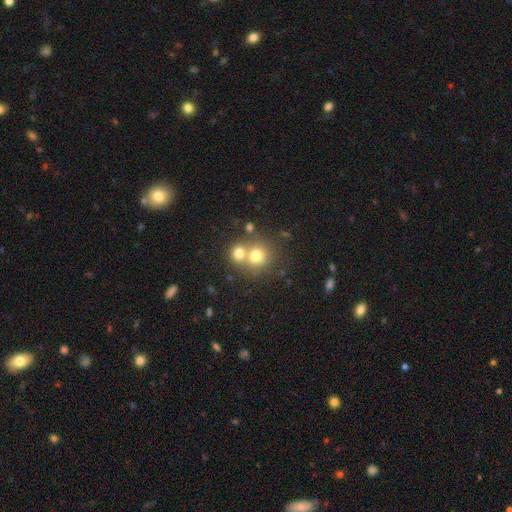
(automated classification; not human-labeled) A smooth galaxy with no disk features (74%) that is round (85%).

Vote fractions:
- Smooth or featured? smooth: 74% / featured or disk: 14% / star or artifact: 13%
- How rounded? round: 85% / in between: 14% / cigar-shaped: 1%
- Merging? merger: 48% / none: 43% / minor disturbance: 6% / major disturbance: 3%